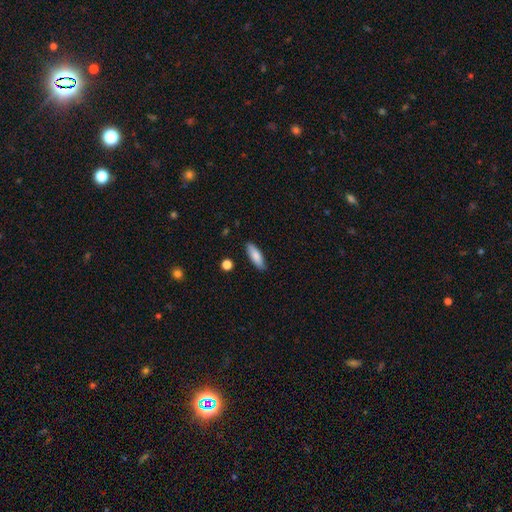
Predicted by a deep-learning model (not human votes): A smooth galaxy with no disk features (83%) that is in between round and cigar-shaped (54%).

Vote fractions:
- Smooth or featured? smooth: 83% / featured or disk: 11% / star or artifact: 6%
- How rounded? in between: 54% / cigar-shaped: 44% / round: 2%
- Merging? none: 87% / minor disturbance: 10% / major disturbance: 2% / merger: 2%